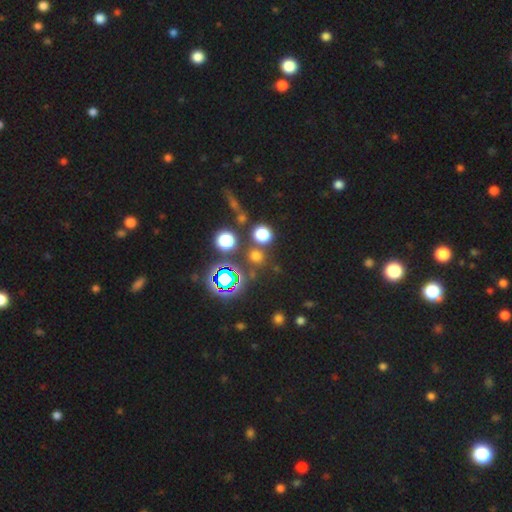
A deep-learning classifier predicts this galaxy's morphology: Smooth or featured? Predicted: smooth (p=0.62). How rounded? Predicted: round (p=0.89). Merging? Predicted: none (p=0.78).